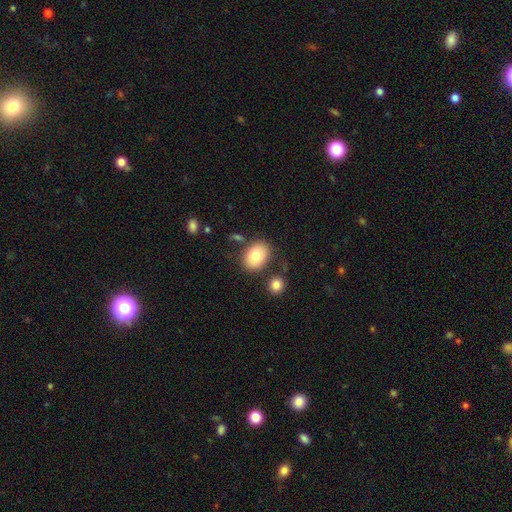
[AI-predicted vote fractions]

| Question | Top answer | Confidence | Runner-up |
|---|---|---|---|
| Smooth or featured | smooth | 80% | featured or disk (13%) |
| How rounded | in between | 74% | round (25%) |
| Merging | none | 76% | minor disturbance (13%) |